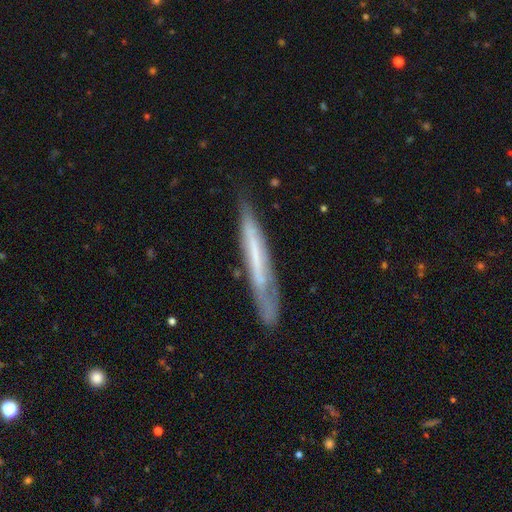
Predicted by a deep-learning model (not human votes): Morphology: type=featured or disk (57%); edge-on=yes (79%); merging=none (71%).